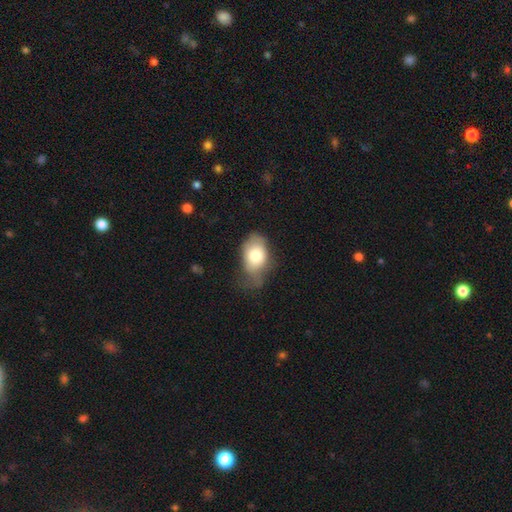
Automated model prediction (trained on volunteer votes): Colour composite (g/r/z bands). It shows a smooth galaxy with no disk features (77%) that is in between round and cigar-shaped (85%). Merging: minor disturbance (42%).